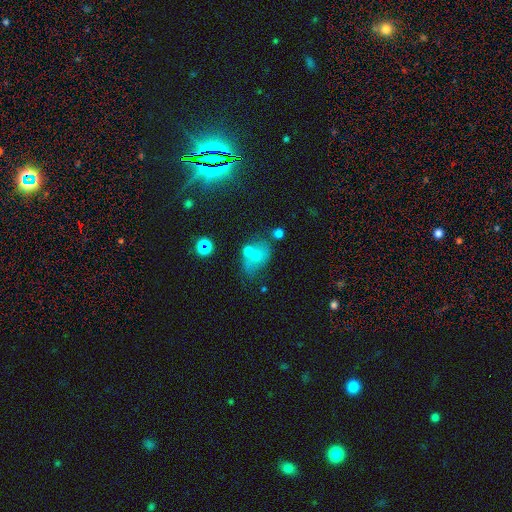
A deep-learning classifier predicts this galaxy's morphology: Smooth or featured: smooth — 47% (star or artifact — 28%)
Merging: none — 45% (merger — 27%)